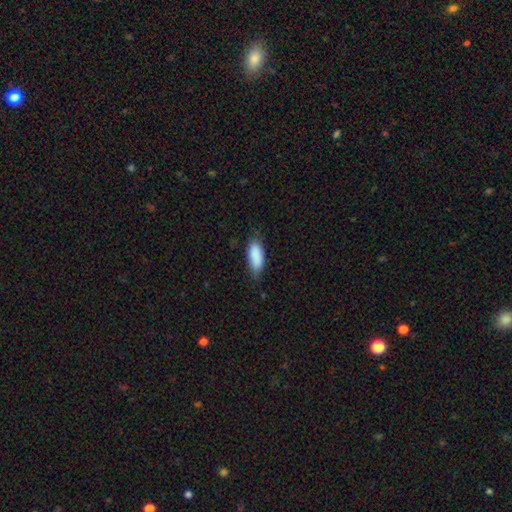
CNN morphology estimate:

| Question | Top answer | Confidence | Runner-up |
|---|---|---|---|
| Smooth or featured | smooth | 88% | featured or disk (6%) |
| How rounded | in between | 82% | cigar-shaped (16%) |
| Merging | none | 68% | minor disturbance (26%) |